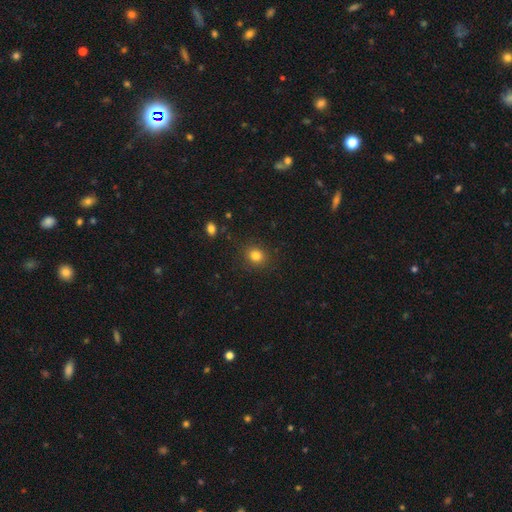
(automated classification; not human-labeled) Smooth or featured? smooth (83%)
How rounded? round (71%)
Merging? none (87%)